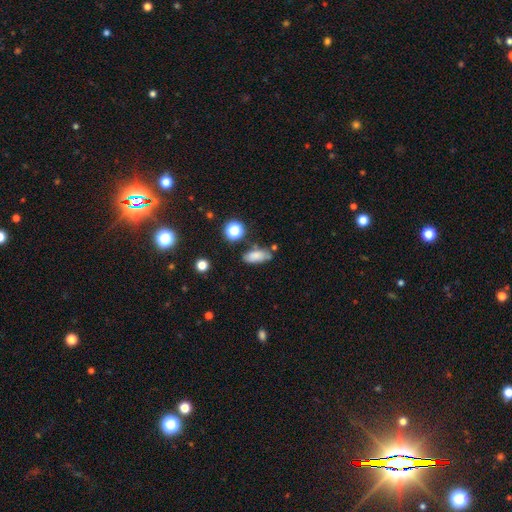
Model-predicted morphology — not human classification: A smooth galaxy with no disk features (75%) that is in between round and cigar-shaped (80%). Merging: none (63%).